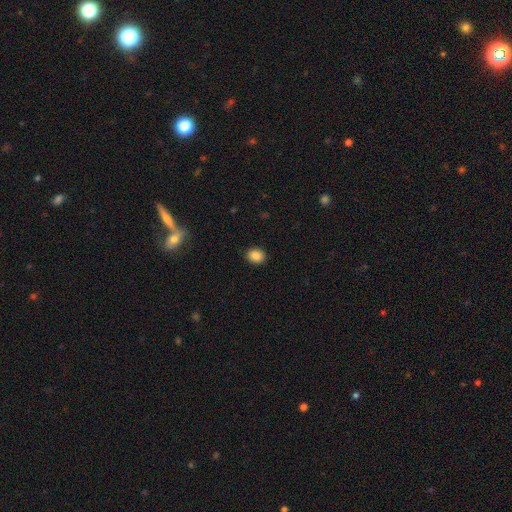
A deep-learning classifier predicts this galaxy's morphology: Overall: smooth (86%). How rounded: round (53%; in between 47%). Merging: none (90%).